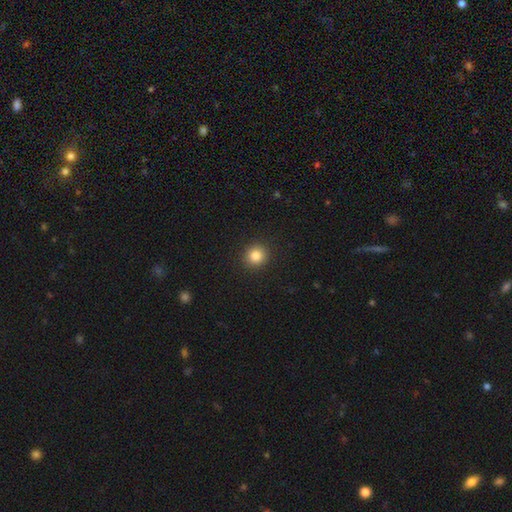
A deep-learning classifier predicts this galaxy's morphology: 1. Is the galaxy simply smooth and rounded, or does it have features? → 84% smooth, 11% star or artifact, 5% featured or disk.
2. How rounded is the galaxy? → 89% round, 10% in between, 1% cigar-shaped.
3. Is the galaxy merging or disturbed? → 92% none, 5% minor disturbance, 2% major disturbance, 1% merger.